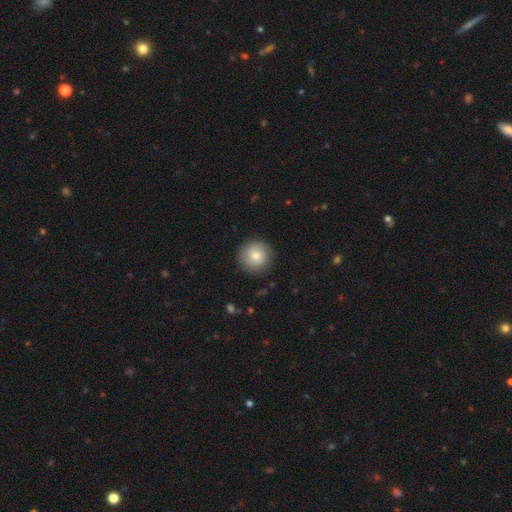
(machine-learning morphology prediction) Overall: smooth (80%). How rounded: round (95%). Merging: none (87%).